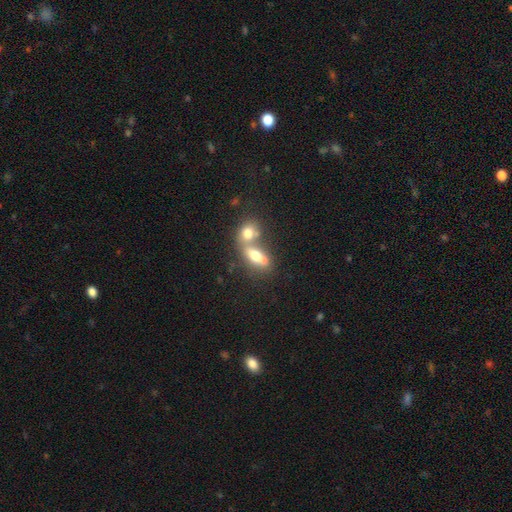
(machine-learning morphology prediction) A smooth galaxy with no disk features (64%) that is in between round and cigar-shaped (71%). Merging: merger (61%).